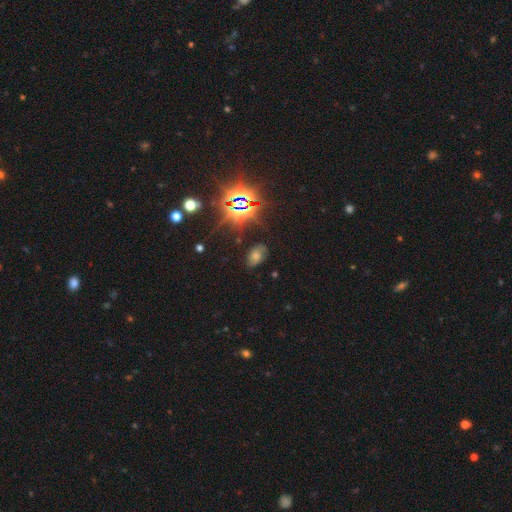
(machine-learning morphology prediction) star or artifact 52%, smooth 29%, featured or disk 20%.